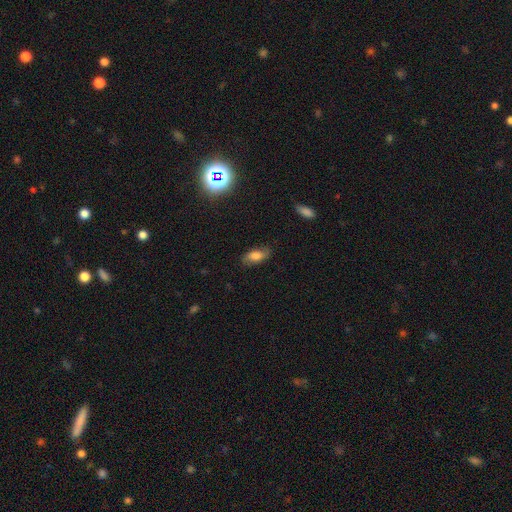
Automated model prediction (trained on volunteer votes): smooth 67%, featured or disk 23%, star or artifact 10%. Down the decision tree: how rounded — in between (84%); merging — none (77%).